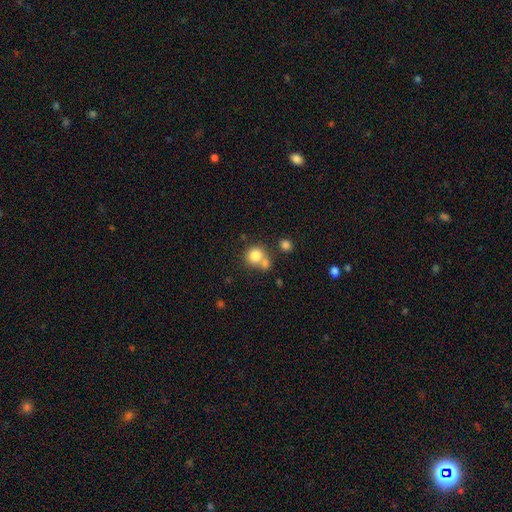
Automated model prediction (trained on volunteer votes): Overall: smooth (80%). How rounded: round (85%). Merging: none (48%; merger 39%).